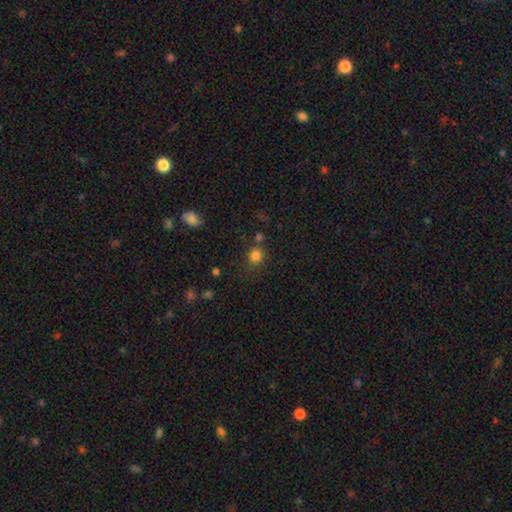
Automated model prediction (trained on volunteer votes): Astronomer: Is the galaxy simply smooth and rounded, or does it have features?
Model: smooth — 81%.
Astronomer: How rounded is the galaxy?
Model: round — 85%.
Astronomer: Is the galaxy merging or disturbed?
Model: none — 74%.